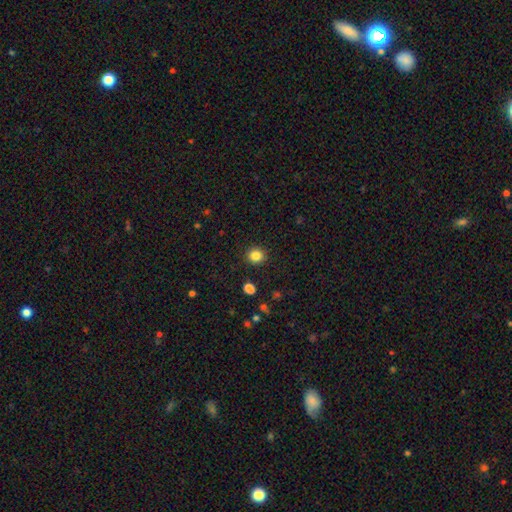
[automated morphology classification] smooth 84%, star or artifact 12%, featured or disk 5%. Down the decision tree: how rounded — round (86%); merging — none (91%).